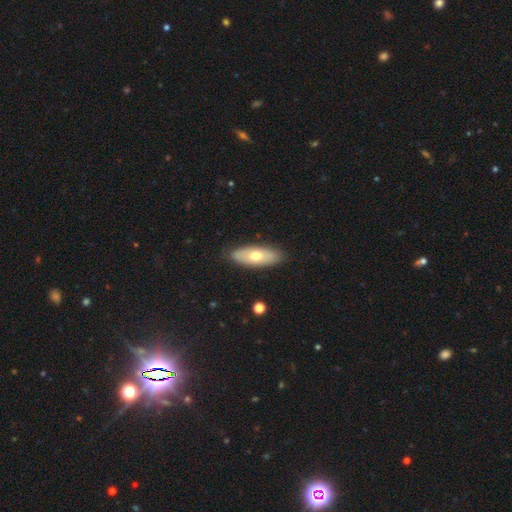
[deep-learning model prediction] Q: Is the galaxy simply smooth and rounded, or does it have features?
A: smooth — 59%.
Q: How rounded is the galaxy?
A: in between — 78%.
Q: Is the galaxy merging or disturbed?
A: none — 86%.